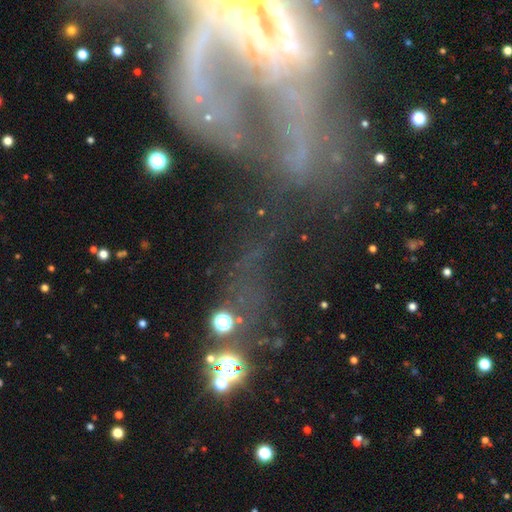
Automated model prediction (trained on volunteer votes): Overall: featured or disk (59%; star or artifact 26%). Edge-on disk: no (87%). Bar: no (51%; weak 25%). Spiral arms: yes (55%; no 45%). Bulge size: small (34%; none 30%). Merging: major disturbance (41%; none 27%).